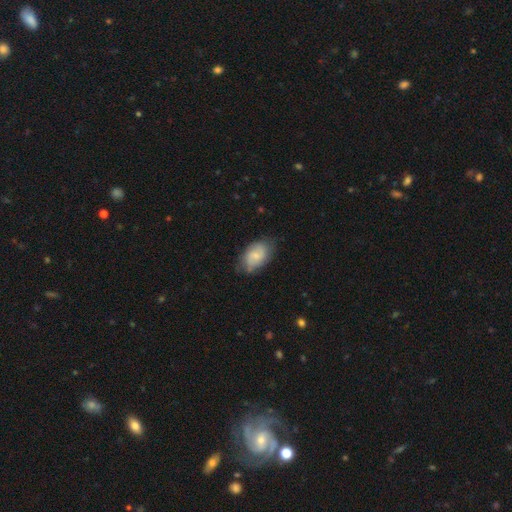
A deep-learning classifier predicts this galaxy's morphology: Smooth or featured? Predicted: smooth (p=0.57). How rounded? Predicted: in between (p=0.90). Merging? Predicted: none (p=0.67).